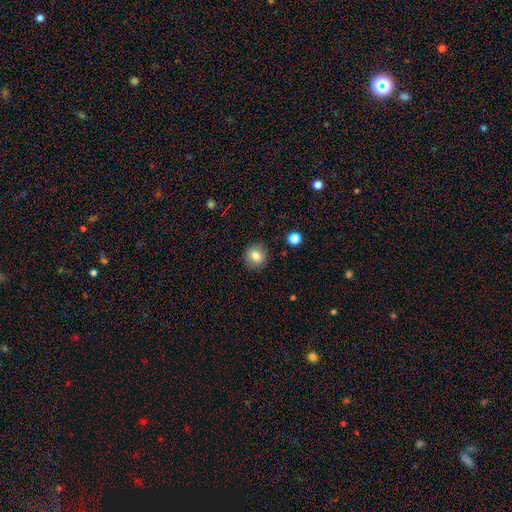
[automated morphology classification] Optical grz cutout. It shows a smooth galaxy with no disk features (82%) that is round (87%). Merging: none (87%).